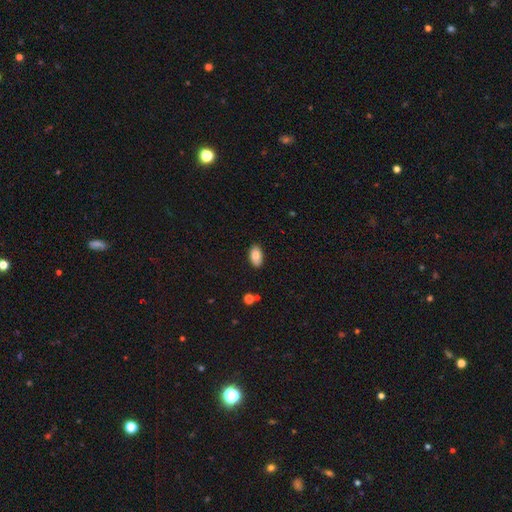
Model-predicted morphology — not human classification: This is clearly a smooth galaxy (86%). How rounded: clearly in between (94%). Merging: clearly none (87%).